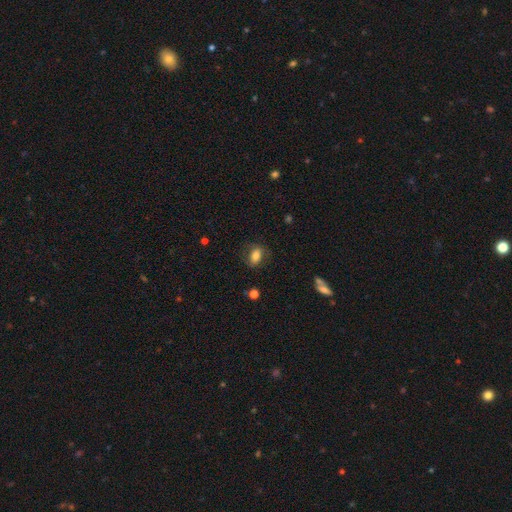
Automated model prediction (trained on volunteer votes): Overall: smooth (73%). How rounded: in between (80%). Merging: none (75%).